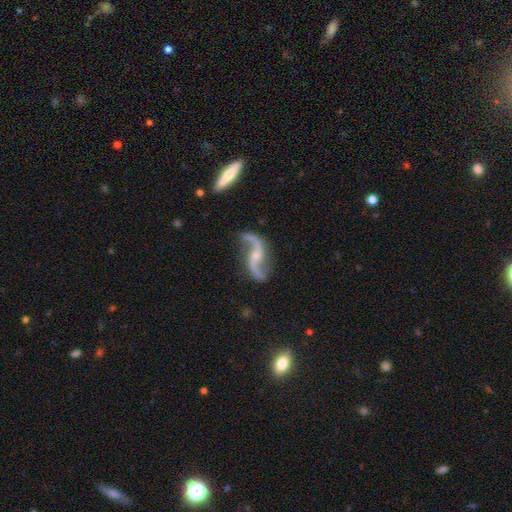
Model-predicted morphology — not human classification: Q: Smooth or featured?
A: featured or disk (93%); runner-up: star or artifact (4%)
Q: Edge-on disk?
A: no (96%); runner-up: yes (4%)
Q: Bar?
A: no (54%); runner-up: weak (32%)
Q: Spiral arms?
A: yes (98%); runner-up: no (2%)
Q: Spiral winding?
A: loose (89%); runner-up: medium (9%)
Q: Spiral arm count?
A: 2 (95%); runner-up: 1 (1%)
Q: Bulge size?
A: small (61%); runner-up: moderate (28%)
Q: Merging?
A: none (78%); runner-up: minor disturbance (14%)